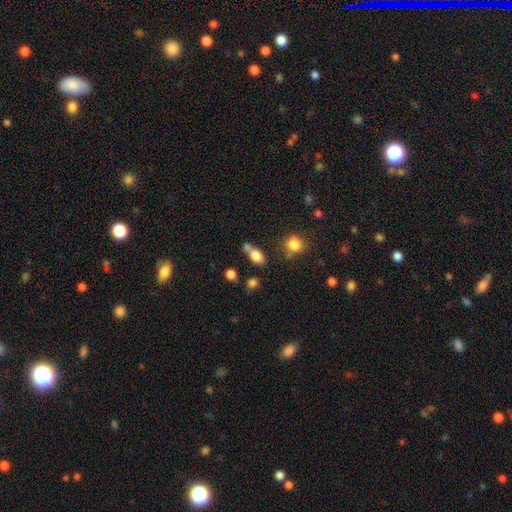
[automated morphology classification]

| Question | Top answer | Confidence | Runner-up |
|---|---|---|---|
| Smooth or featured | smooth | 80% | star or artifact (10%) |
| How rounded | in between | 79% | round (17%) |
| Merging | none | 45% | merger (36%) |